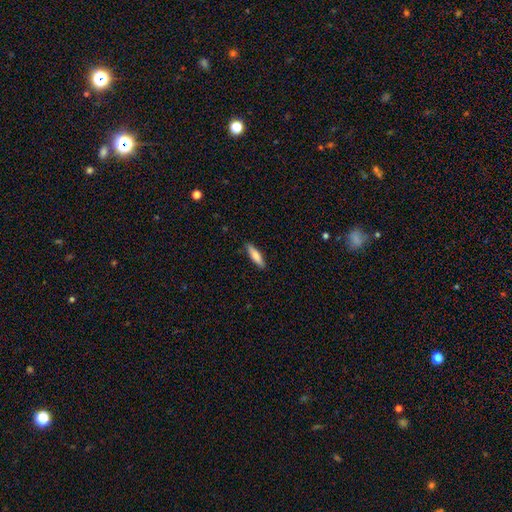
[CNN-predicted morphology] smooth_or_featured: smooth (p=0.78) [alt: featured or disk p=0.17]
how_rounded: cigar-shaped (p=0.66) [alt: in between p=0.33]
merging: none (p=0.87) [alt: minor disturbance p=0.10]